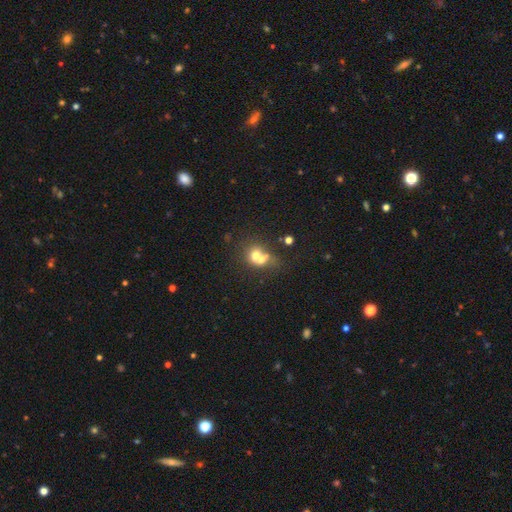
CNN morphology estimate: This appears to be a smooth galaxy with no disk features (61%) that is round (70%). Merging: merger (63%).